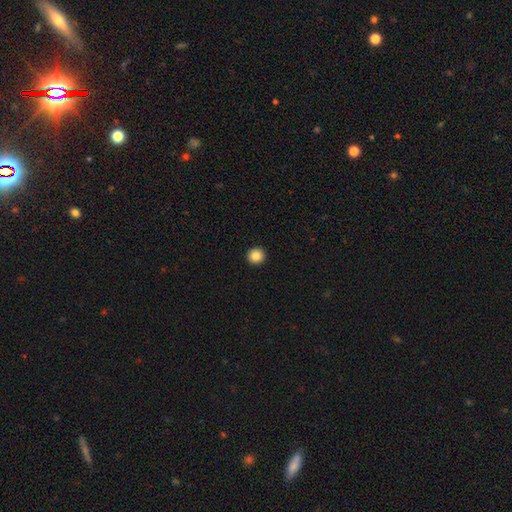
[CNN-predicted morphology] The model was most divided on "smooth or featured": smooth: 86%, star or artifact: 10%, featured or disk: 4%. More confident: how rounded — round (95%); merging — none (94%).